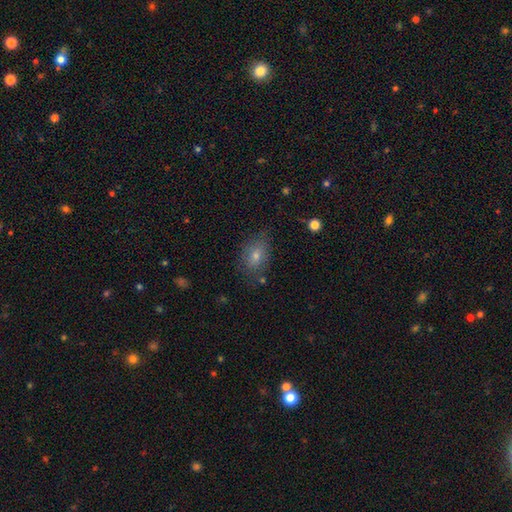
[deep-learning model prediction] Smooth or featured?
  - smooth: 67% *
  - featured or disk: 19%
  - star or artifact: 14%
How rounded?
  - in between: 77% *
  - round: 21%
  - cigar-shaped: 2%
Merging?
  - none: 71% *
  - minor disturbance: 20%
  - major disturbance: 6%
  - merger: 2%